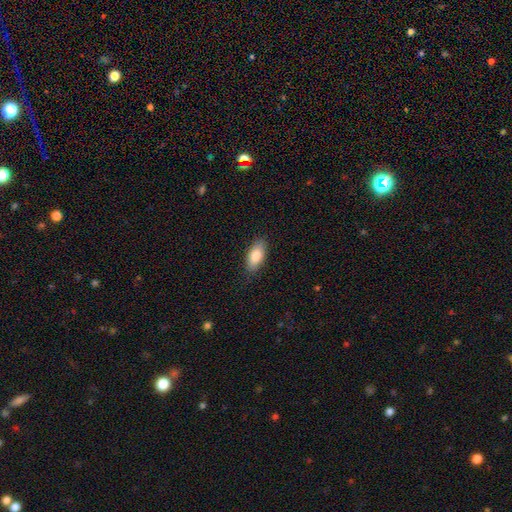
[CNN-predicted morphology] A smooth galaxy with no disk features (84%) that is in between round and cigar-shaped (89%). Merging: none (86%).